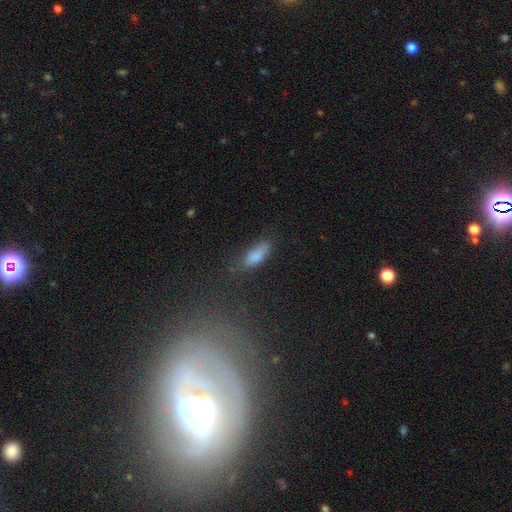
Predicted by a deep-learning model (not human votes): This is clearly a smooth galaxy (82%). How rounded: likely in between (70%). Merging: possibly none (60%).